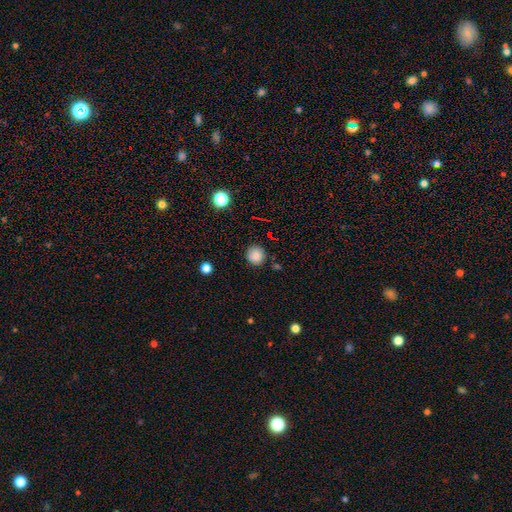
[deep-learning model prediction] This is clearly a smooth galaxy (84%). How rounded: clearly round (93%). Merging: clearly none (87%).